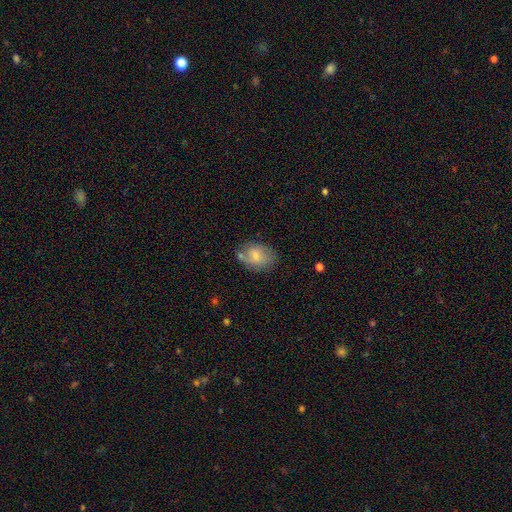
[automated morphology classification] Smooth or featured?
  - smooth: 69% *
  - featured or disk: 23%
  - star or artifact: 8%
How rounded?
  - in between: 78% *
  - round: 21%
  - cigar-shaped: 1%
Merging?
  - none: 60% *
  - minor disturbance: 24%
  - major disturbance: 8%
  - merger: 8%